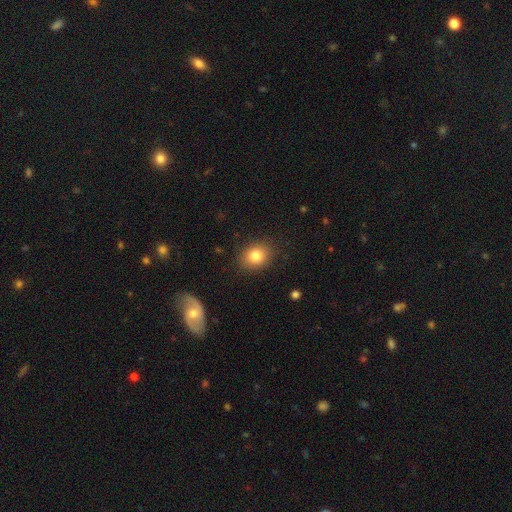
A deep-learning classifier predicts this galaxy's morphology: Smooth or featured? Predicted: smooth (p=0.82). How rounded? Predicted: round (p=0.57). Merging? Predicted: none (p=0.87).